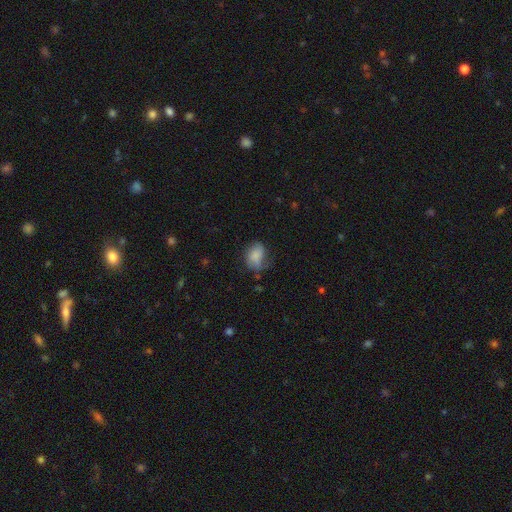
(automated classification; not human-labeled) This appears to be a smooth galaxy with no disk features (75%) that is in between round and cigar-shaped (80%). Merging: none (44%).